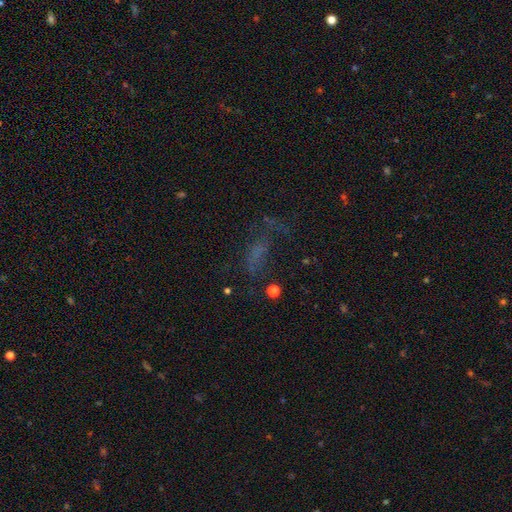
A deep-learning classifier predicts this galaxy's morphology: Smooth or featured? Predicted: star or artifact (p=0.36).